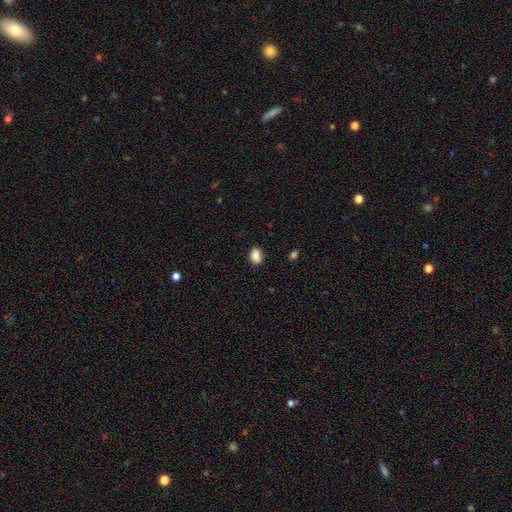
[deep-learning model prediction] Q: Smooth or featured?
A: smooth (86%); runner-up: star or artifact (9%)
Q: How rounded?
A: in between (76%); runner-up: round (22%)
Q: Merging?
A: none (78%); runner-up: minor disturbance (16%)